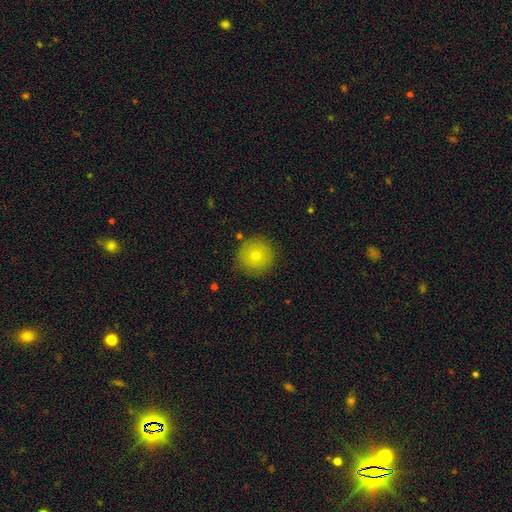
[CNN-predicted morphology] Smooth or featured? Predicted: smooth (p=0.74). How rounded? Predicted: round (p=0.96). Merging? Predicted: none (p=0.89).